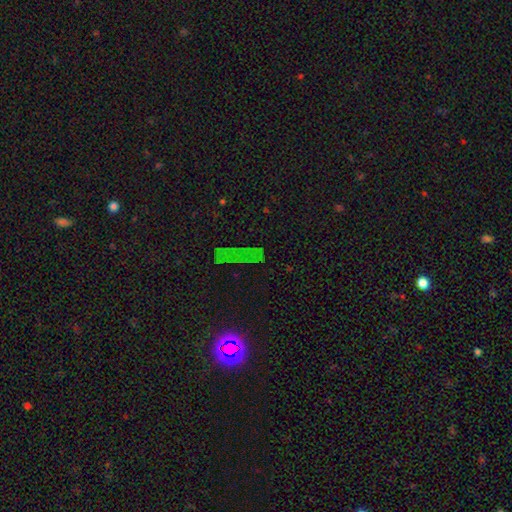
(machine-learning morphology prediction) Smooth or featured: star or artifact — 66% (smooth — 22%)